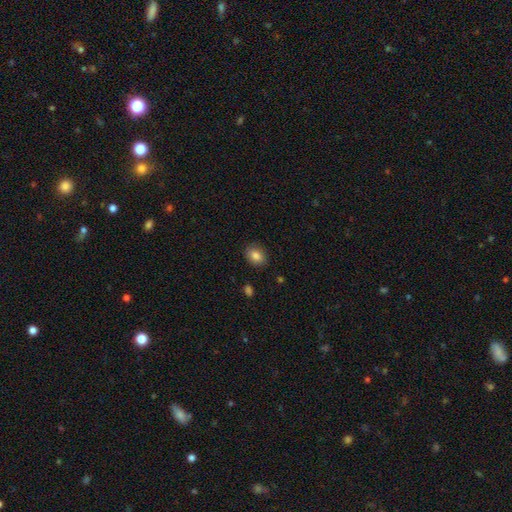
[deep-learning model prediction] Smooth or featured?
  - smooth: 85% *
  - star or artifact: 9%
  - featured or disk: 6%
How rounded?
  - in between: 67% *
  - round: 32%
  - cigar-shaped: 1%
Merging?
  - none: 88% *
  - minor disturbance: 9%
  - major disturbance: 2%
  - merger: 1%